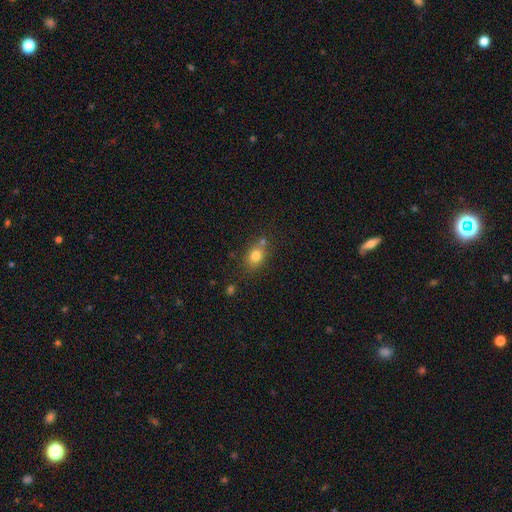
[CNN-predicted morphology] The model was most divided on "how rounded": in between: 57%, round: 41%, cigar-shaped: 2%. More confident: smooth or featured — smooth (79%); merging — none (65%).